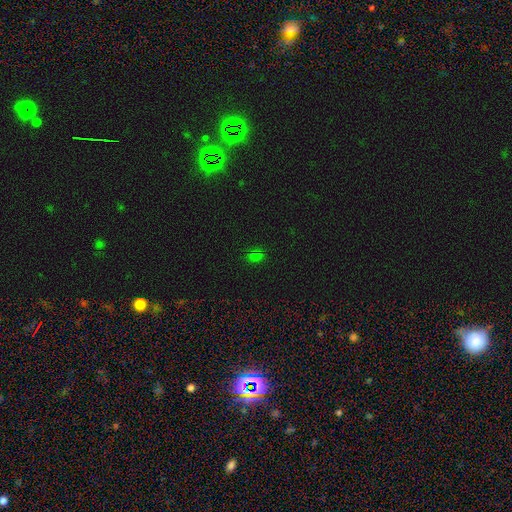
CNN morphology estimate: Smooth or featured? Predicted: smooth (p=0.61). How rounded? Predicted: in between (p=0.56). Merging? Predicted: none (p=0.80).